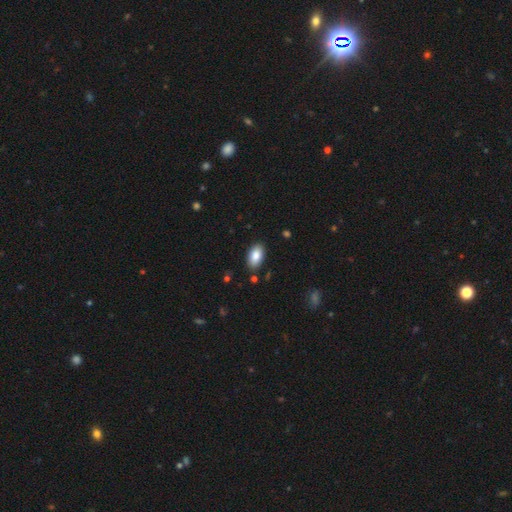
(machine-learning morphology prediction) Q: Smooth or featured?
A: smooth (87%); runner-up: star or artifact (7%)
Q: How rounded?
A: in between (95%); runner-up: round (3%)
Q: Merging?
A: none (87%); runner-up: minor disturbance (9%)